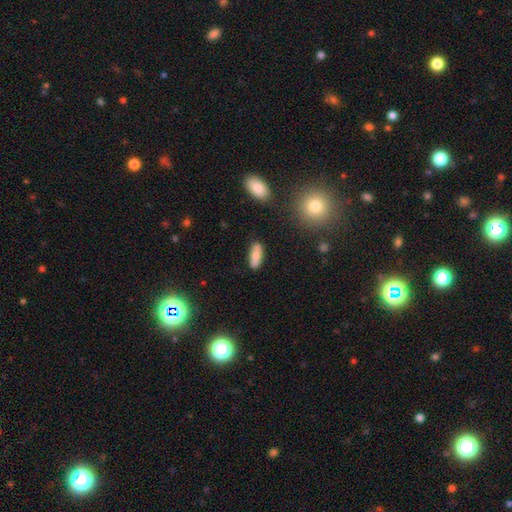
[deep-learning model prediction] Overall: smooth (72%). How rounded: in between (59%; cigar-shaped 38%). Merging: none (83%).